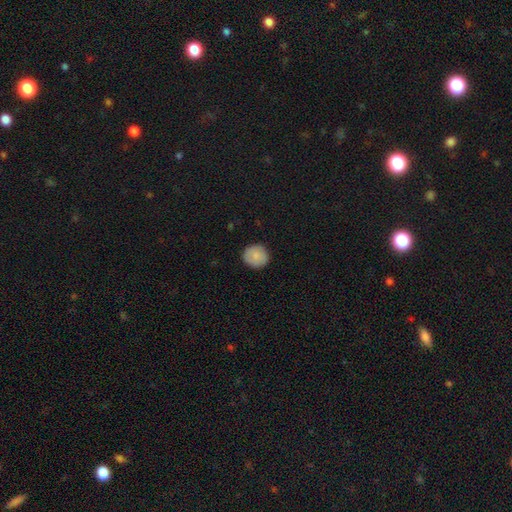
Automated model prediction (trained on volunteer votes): smooth_or_featured: smooth (p=0.84) [alt: featured or disk p=0.09]
how_rounded: round (p=0.90) [alt: in between p=0.09]
merging: none (p=0.89) [alt: minor disturbance p=0.08]